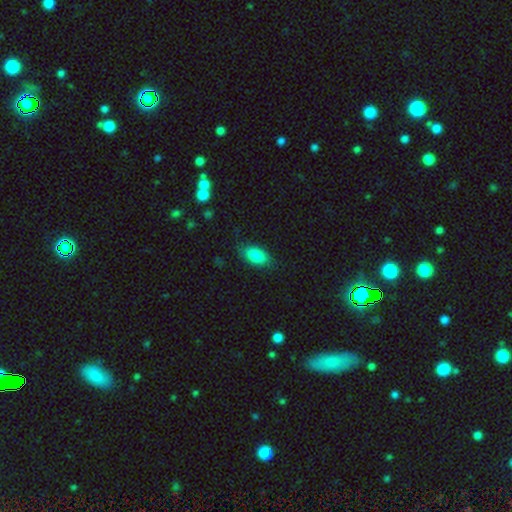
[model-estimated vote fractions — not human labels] Overall: smooth (83%). How rounded: in between (91%). Merging: none (76%).